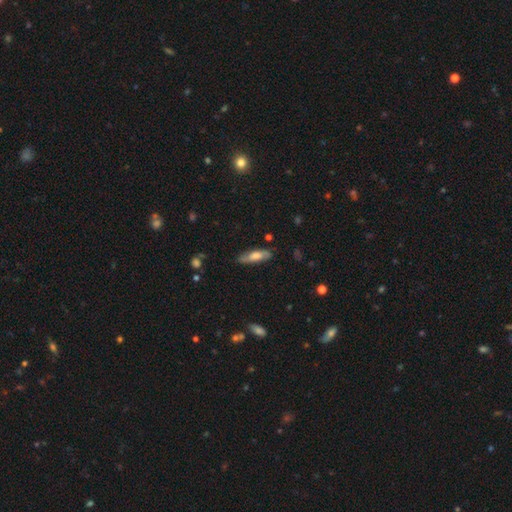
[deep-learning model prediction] A smooth galaxy with no disk features (60%) that is cigar-shaped (53%). Merging: none (79%).